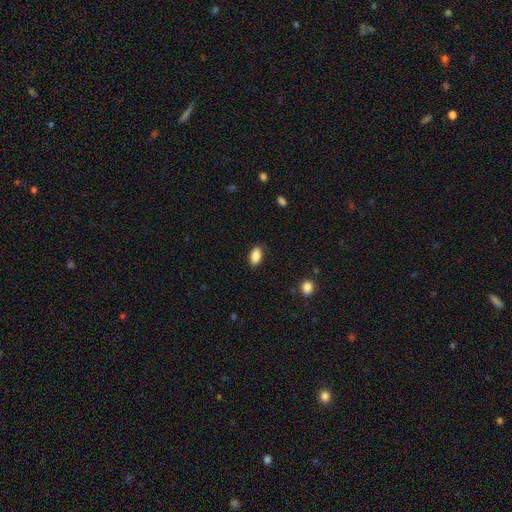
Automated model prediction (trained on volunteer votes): smooth-or-featured: smooth: 89% | star or artifact: 8% | featured or disk: 4%
  how-rounded: in between: 92% | round: 6% | cigar-shaped: 2%
  merging: none: 86% | minor disturbance: 10% | major disturbance: 2% | merger: 1%